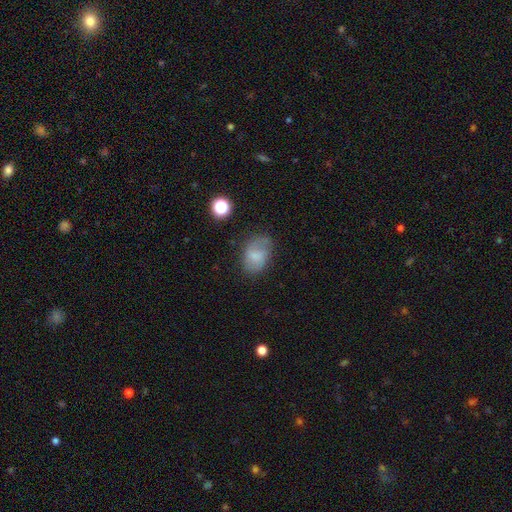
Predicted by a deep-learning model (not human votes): Smooth or featured? smooth (62%)
How rounded? in between (80%)
Merging? none (61%)